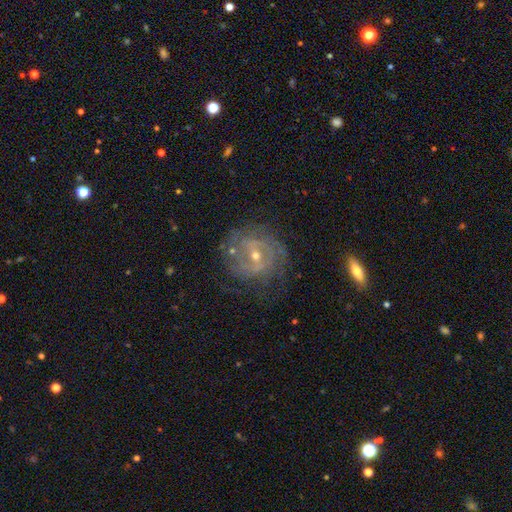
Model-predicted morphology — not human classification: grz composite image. It shows a featured or disk galaxy (83%) with a weak bar (48%), 2 (36%) tight (55%) spiral arms (89%) and a small central bulge (56%). Merging: none (68%).